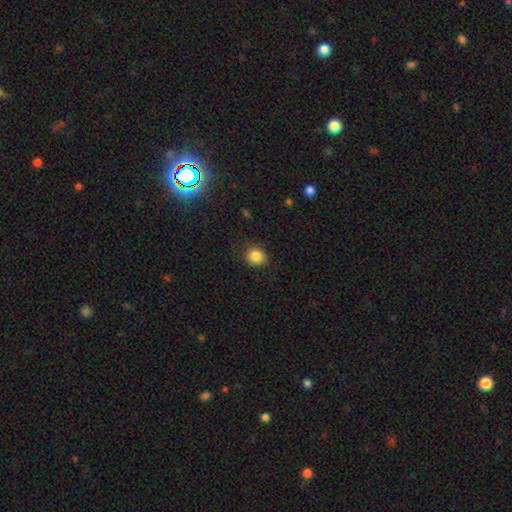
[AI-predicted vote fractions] Smooth or featured? smooth (84%)
How rounded? round (85%)
Merging? none (85%)